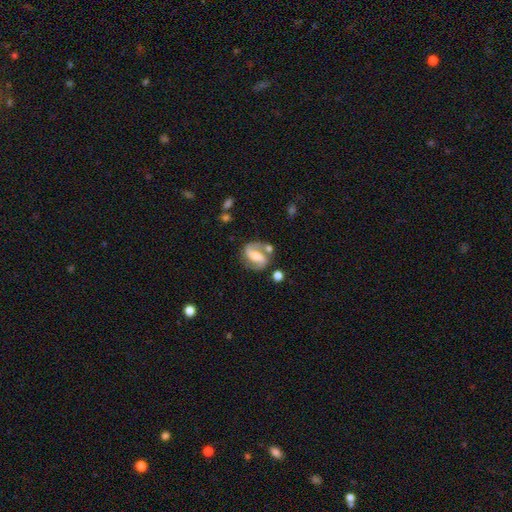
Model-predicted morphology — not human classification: This is likely a featured or disk galaxy (79%). It is clearly not viewed edge-on (97%). Bar: marginally strong (41%). Spiral arm pattern: clearly yes (94%). Spiral arm count: clearly 2 (90%). Spiral winding: possibly medium (45%). Central bulge: possibly moderate (50%). Merging: likely none (68%).